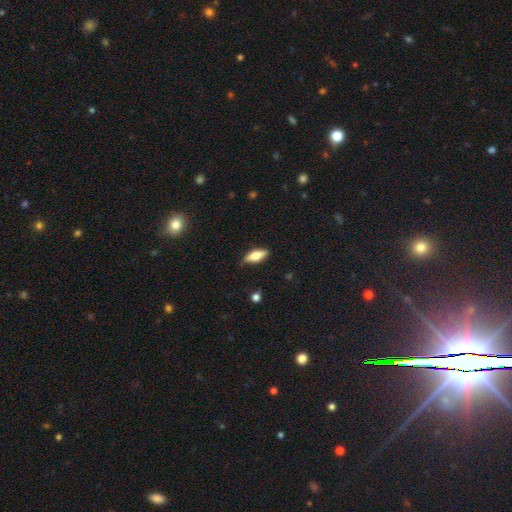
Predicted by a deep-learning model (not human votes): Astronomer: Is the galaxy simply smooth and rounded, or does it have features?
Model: smooth — 66%.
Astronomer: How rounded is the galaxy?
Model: in between — 74%.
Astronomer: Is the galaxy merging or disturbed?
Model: none — 84%.